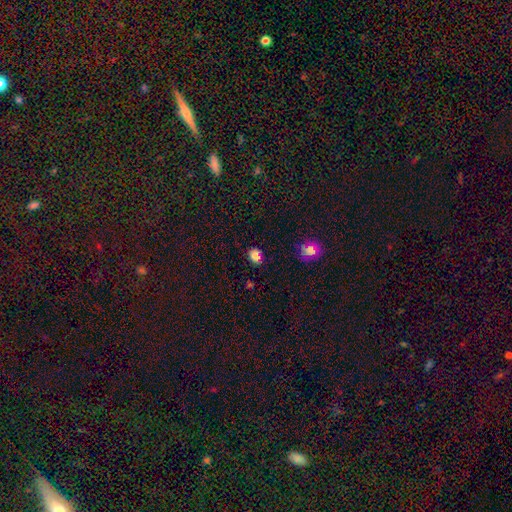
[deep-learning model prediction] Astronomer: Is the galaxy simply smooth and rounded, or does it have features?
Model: smooth — 79%.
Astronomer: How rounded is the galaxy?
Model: round — 50% (runner-up: in between, 49%).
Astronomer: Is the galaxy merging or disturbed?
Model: none — 81%.